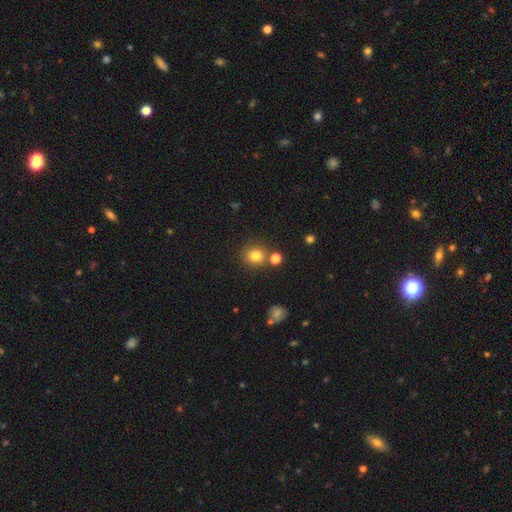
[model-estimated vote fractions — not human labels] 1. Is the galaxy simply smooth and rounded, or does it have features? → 80% smooth, 14% star or artifact, 7% featured or disk.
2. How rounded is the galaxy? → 85% round, 14% in between, 1% cigar-shaped.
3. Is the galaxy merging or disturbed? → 76% none, 12% merger, 9% minor disturbance, 3% major disturbance.